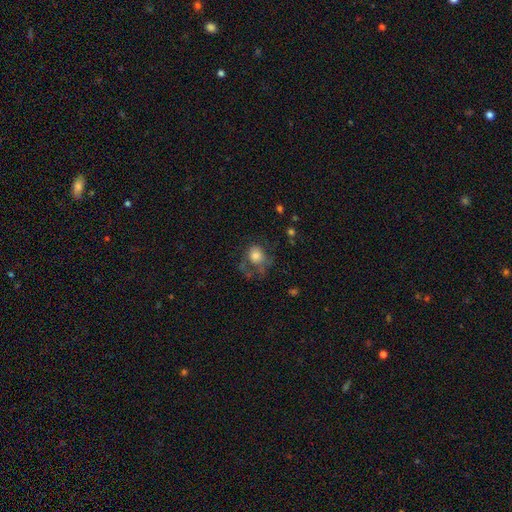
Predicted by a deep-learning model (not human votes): This is likely a smooth galaxy (68%). How rounded: likely round (64%). Merging: marginally none (39%).